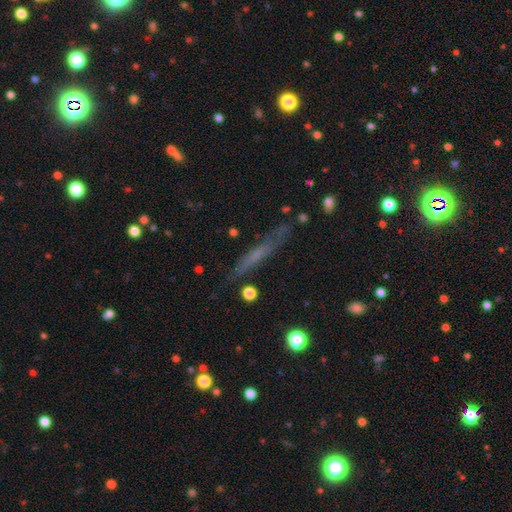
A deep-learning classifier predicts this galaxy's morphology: Smooth or featured?
  - smooth: 44% *
  - featured or disk: 42%
  - star or artifact: 13%
Merging?
  - none: 75% *
  - minor disturbance: 17%
  - major disturbance: 5%
  - merger: 3%